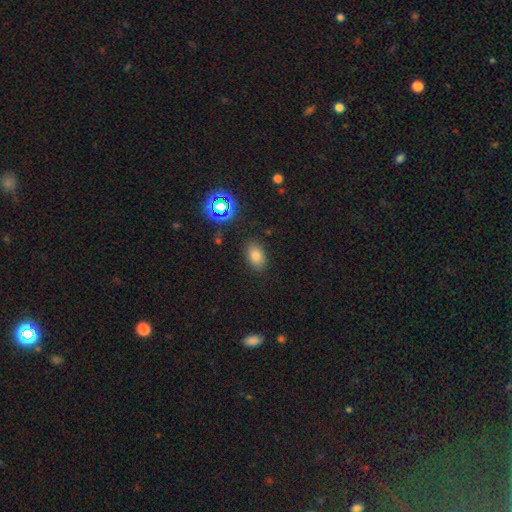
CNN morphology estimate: The model was most divided on "smooth or featured": smooth: 75%, star or artifact: 16%, featured or disk: 9%. More confident: merging — none (85%); how rounded — in between (83%).